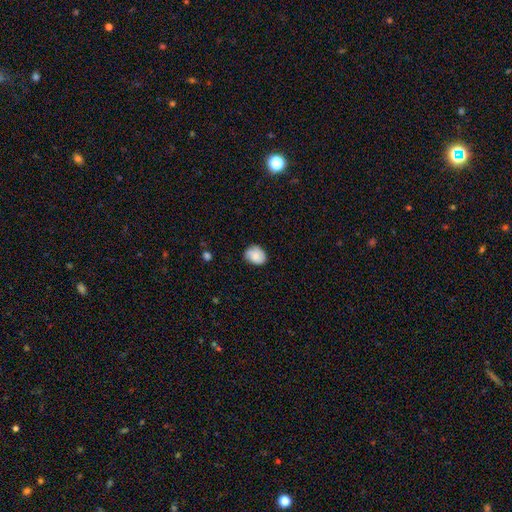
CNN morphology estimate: smooth-or-featured: smooth: 79% | featured or disk: 13% | star or artifact: 7%
  how-rounded: in between: 56% | round: 43% | cigar-shaped: 1%
  merging: none: 75% | minor disturbance: 21% | major disturbance: 4% | merger: 1%